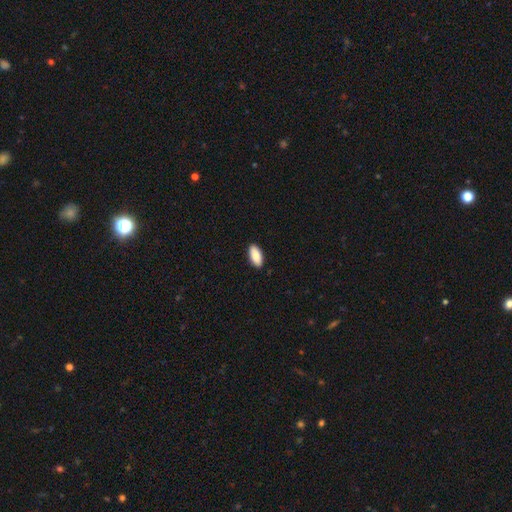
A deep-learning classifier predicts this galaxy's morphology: Smooth or featured? Predicted: smooth (p=0.87). How rounded? Predicted: in between (p=0.90). Merging? Predicted: none (p=0.91).